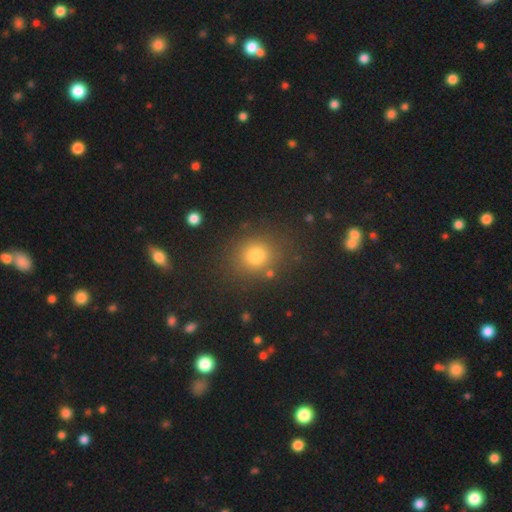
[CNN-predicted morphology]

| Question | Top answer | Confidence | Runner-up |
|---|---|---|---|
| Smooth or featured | smooth | 75% | star or artifact (18%) |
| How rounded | round | 81% | in between (18%) |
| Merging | none | 85% | minor disturbance (8%) |